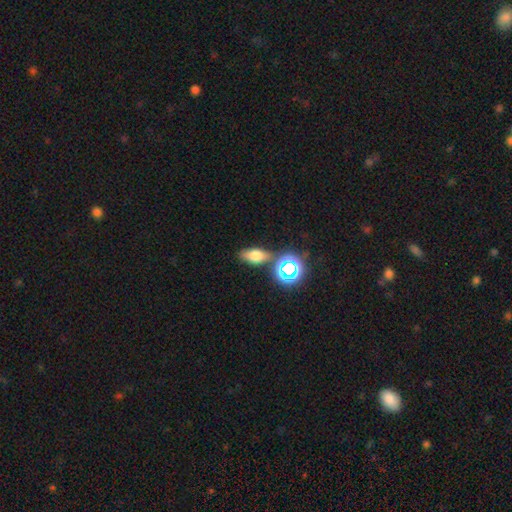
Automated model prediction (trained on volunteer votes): This is likely a smooth galaxy (61%). How rounded: likely in between (78%). Merging: likely none (74%).